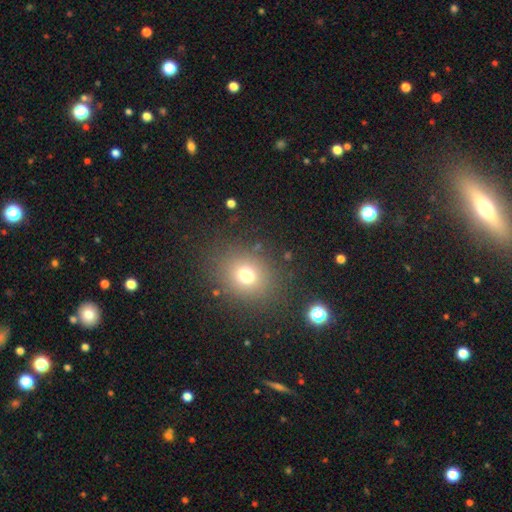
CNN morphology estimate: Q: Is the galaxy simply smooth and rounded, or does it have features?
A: smooth — 56%.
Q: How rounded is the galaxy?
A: round — 74%.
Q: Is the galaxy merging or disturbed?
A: none — 89%.